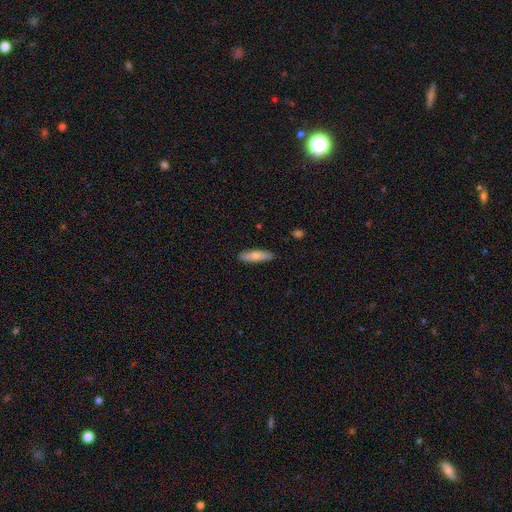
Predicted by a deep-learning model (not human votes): This appears to be a smooth galaxy with no disk features (76%) that is cigar-shaped (67%). Merging: none (88%).